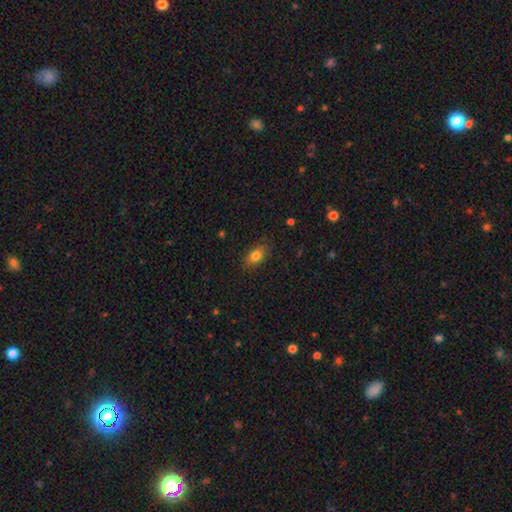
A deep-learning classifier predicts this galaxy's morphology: smooth-or-featured: smooth: 81% | star or artifact: 10% | featured or disk: 9%
  how-rounded: in between: 82% | round: 13% | cigar-shaped: 5%
  merging: none: 83% | minor disturbance: 13% | major disturbance: 3% | merger: 1%